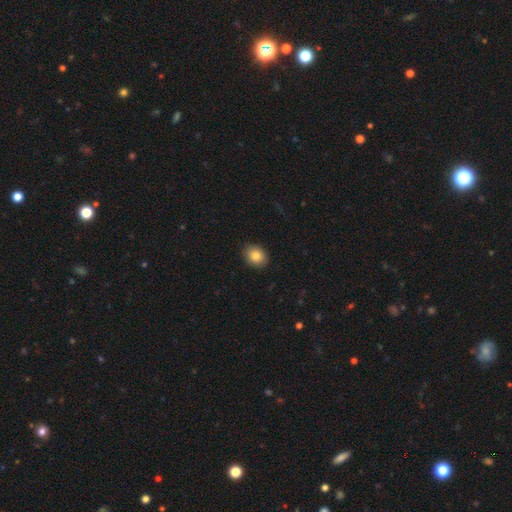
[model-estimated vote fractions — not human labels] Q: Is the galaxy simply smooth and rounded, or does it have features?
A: smooth — 84%.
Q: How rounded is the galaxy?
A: in between — 54%.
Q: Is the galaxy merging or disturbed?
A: none — 89%.